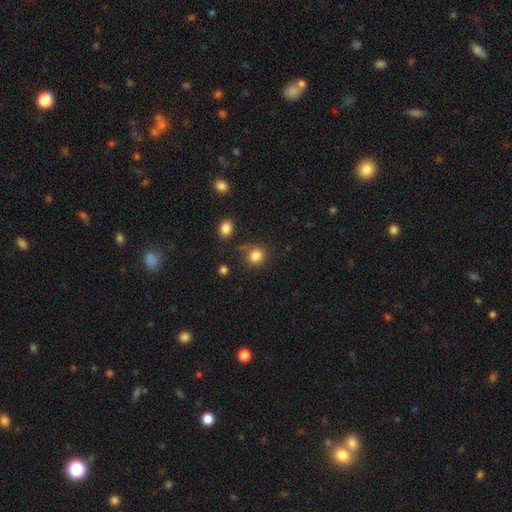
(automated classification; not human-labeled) Smooth or featured? smooth (84%)
How rounded? round (82%)
Merging? none (75%)